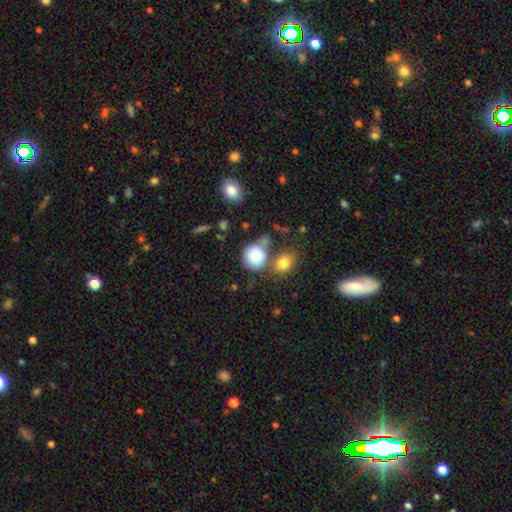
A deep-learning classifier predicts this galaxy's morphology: smooth_or_featured: smooth (p=0.84) [alt: featured or disk p=0.08]
how_rounded: round (p=0.80) [alt: in between p=0.19]
merging: none (p=0.51) [alt: merger p=0.24]